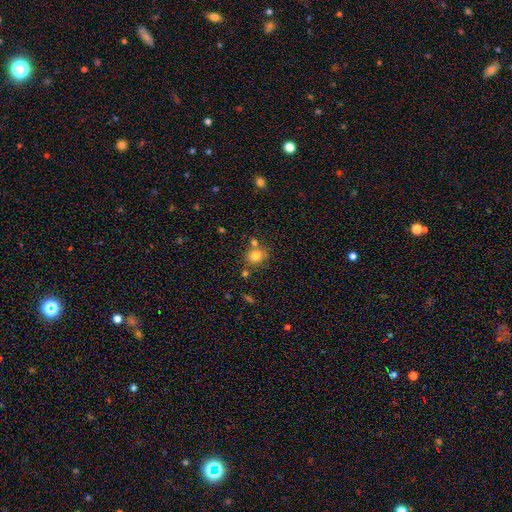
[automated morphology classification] Smooth or featured: smooth — 79% (star or artifact — 12%)
How rounded: round — 67% (in between — 32%)
Merging: none — 67% (merger — 17%)